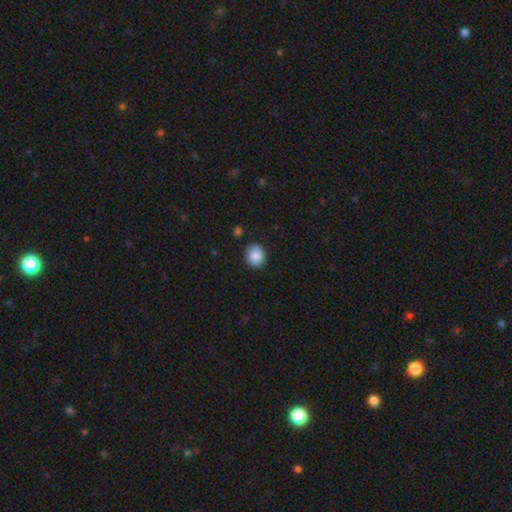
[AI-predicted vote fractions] Smooth or featured? Predicted: smooth (p=0.85). How rounded? Predicted: round (p=0.73). Merging? Predicted: none (p=0.83).